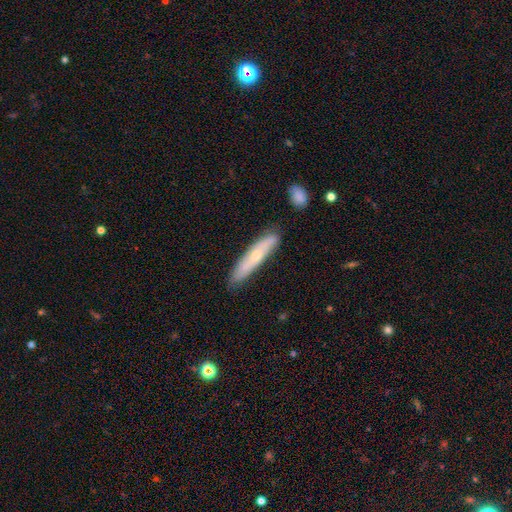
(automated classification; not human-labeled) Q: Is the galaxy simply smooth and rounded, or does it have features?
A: smooth — 49%.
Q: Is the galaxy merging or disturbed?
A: none — 80%.